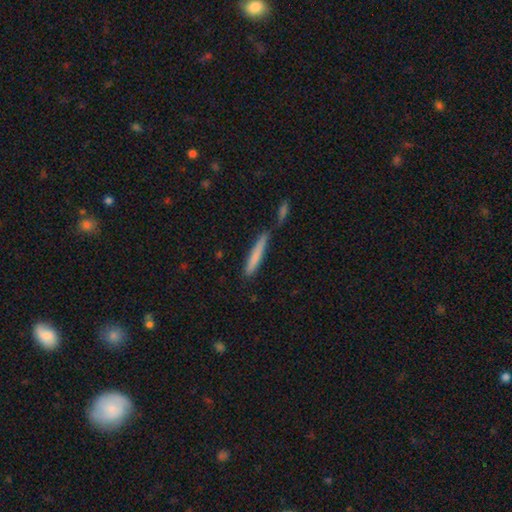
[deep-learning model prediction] A smooth galaxy with no disk features (74%) that is cigar-shaped (95%). Merging: none (65%).